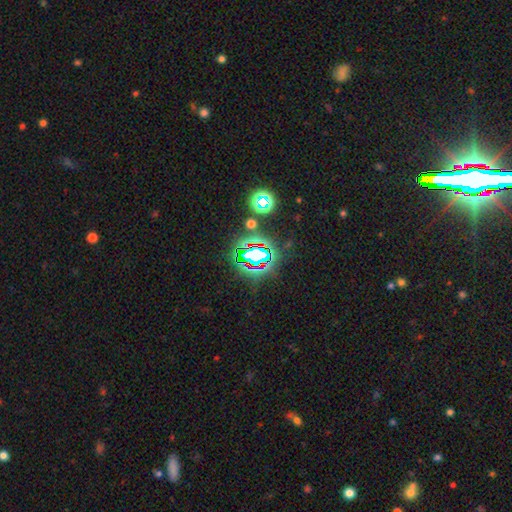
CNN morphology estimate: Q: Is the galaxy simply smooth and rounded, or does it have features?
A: star or artifact — 67%.